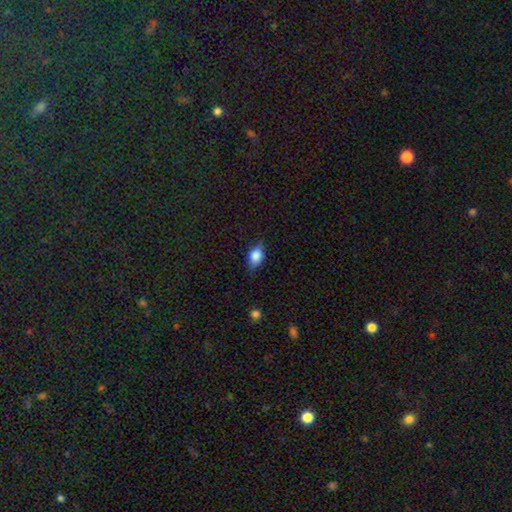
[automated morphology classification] Smooth or featured?
  - smooth: 75% *
  - featured or disk: 17%
  - star or artifact: 9%
How rounded?
  - in between: 82% *
  - round: 13%
  - cigar-shaped: 5%
Merging?
  - none: 74% *
  - minor disturbance: 20%
  - major disturbance: 4%
  - merger: 1%